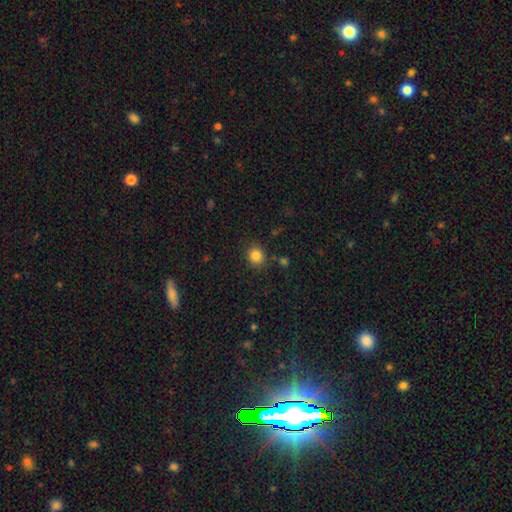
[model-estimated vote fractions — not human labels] Smooth or featured: smooth — 84% (star or artifact — 11%)
How rounded: round — 80% (in between — 19%)
Merging: none — 86% (minor disturbance — 9%)